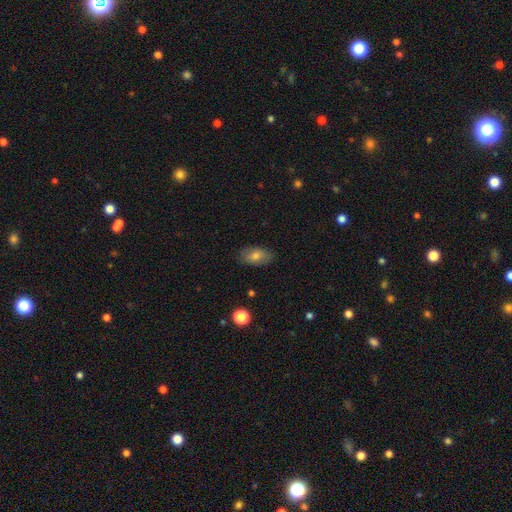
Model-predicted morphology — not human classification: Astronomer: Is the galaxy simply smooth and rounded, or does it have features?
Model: smooth — 70%.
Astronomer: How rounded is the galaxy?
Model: in between — 90%.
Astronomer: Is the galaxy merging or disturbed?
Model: none — 84%.